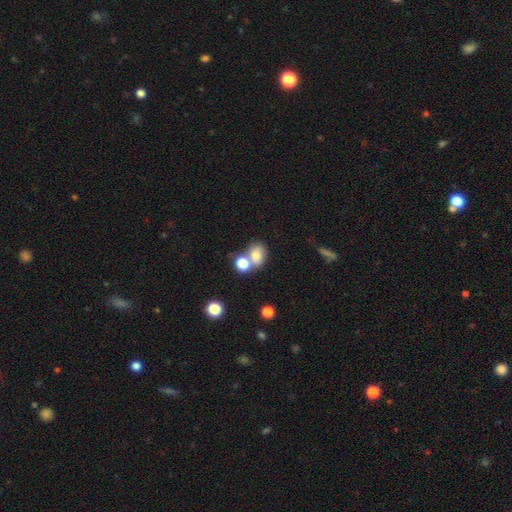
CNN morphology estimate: This appears to be a smooth galaxy with no disk features (76%) that is in between round and cigar-shaped (56%). Merging: none (43%).